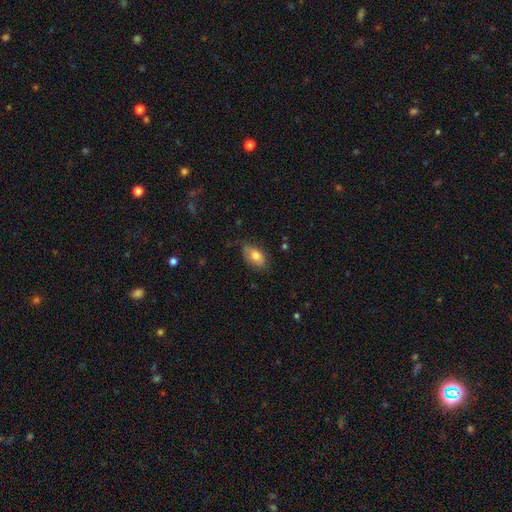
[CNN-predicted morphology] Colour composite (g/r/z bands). It shows a smooth galaxy with no disk features (76%) that is in between round and cigar-shaped (90%). Merging: none (67%).